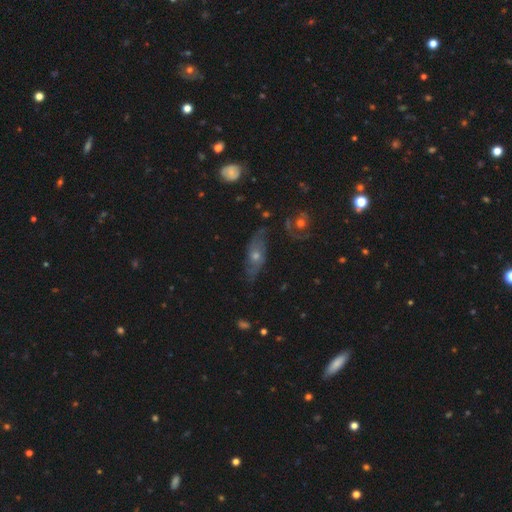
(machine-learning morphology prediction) A featured or disk galaxy (63%). Merging: none (67%).